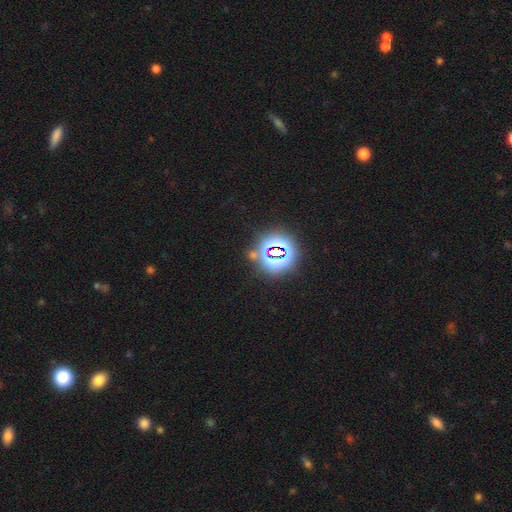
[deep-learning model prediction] Q: Smooth or featured?
A: star or artifact (76%); runner-up: smooth (15%)